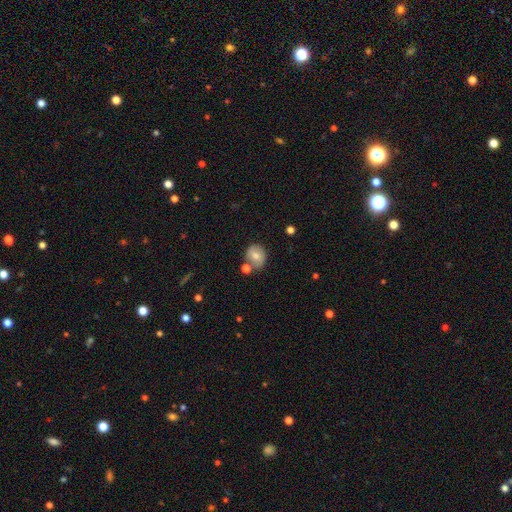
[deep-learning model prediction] smooth_or_featured: smooth (p=0.71) [alt: featured or disk p=0.20]
how_rounded: round (p=0.69) [alt: in between p=0.30]
merging: none (p=0.64) [alt: merger p=0.17]